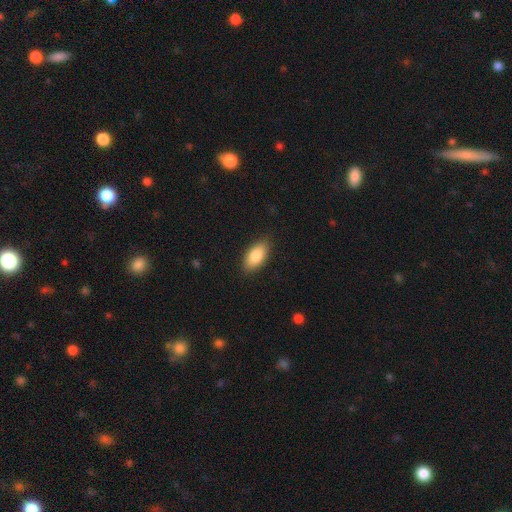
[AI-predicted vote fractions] Overall: smooth (87%). How rounded: in between (91%). Merging: none (86%).